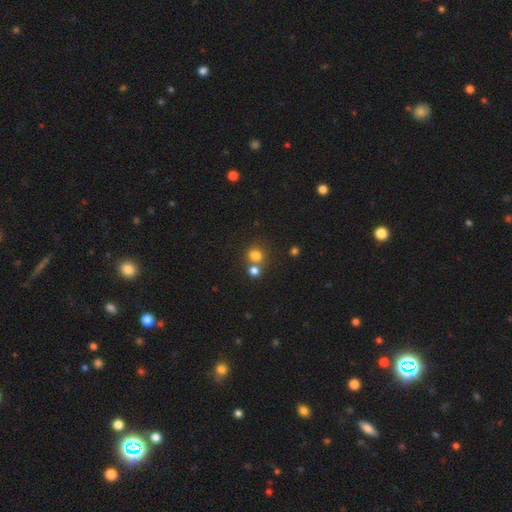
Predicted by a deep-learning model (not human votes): The model was most divided on "merging": none: 52%, merger: 36%, minor disturbance: 8%, major disturbance: 4%. More confident: smooth or featured — smooth (77%); how rounded — round (76%).